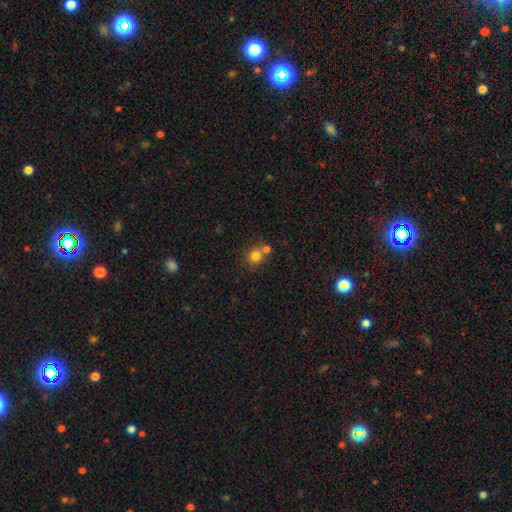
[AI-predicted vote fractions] Smooth or featured?
  - smooth: 79% *
  - star or artifact: 12%
  - featured or disk: 9%
How rounded?
  - round: 83% *
  - in between: 16%
  - cigar-shaped: 1%
Merging?
  - none: 56% *
  - merger: 33%
  - minor disturbance: 8%
  - major disturbance: 3%